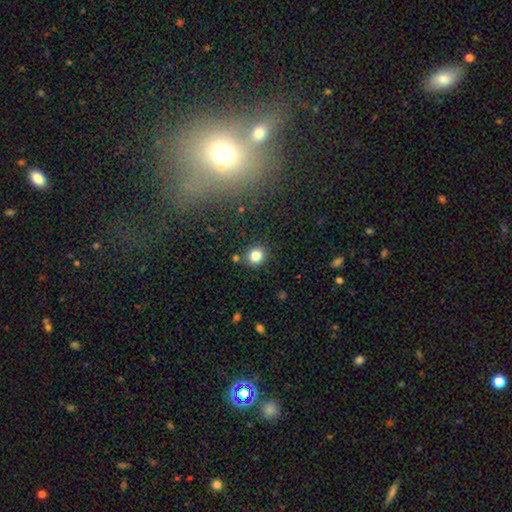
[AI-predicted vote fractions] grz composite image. It shows a smooth galaxy with no disk features (82%) that is round (78%). Merging: none (86%).